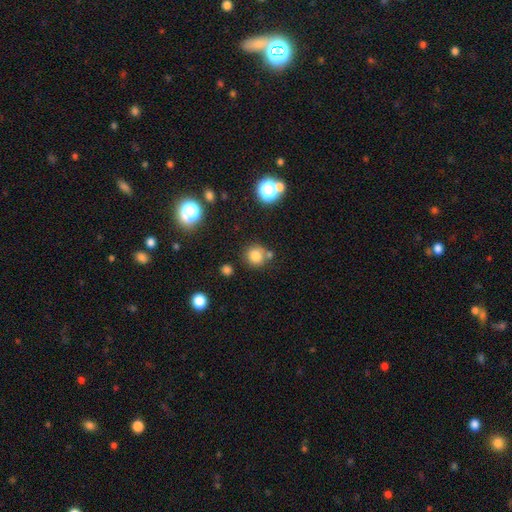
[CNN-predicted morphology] type=smooth (79%); roundness=round (88%); merging=none (70%).